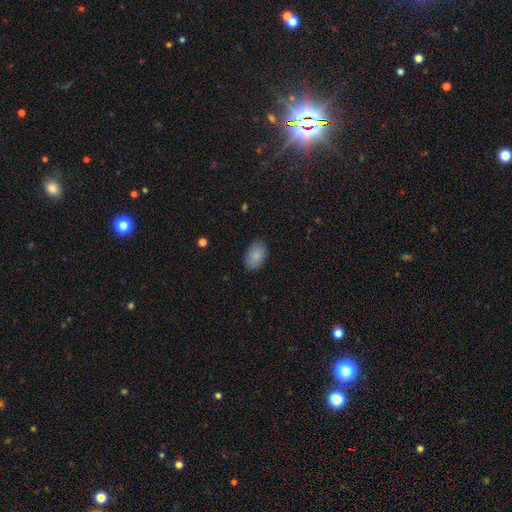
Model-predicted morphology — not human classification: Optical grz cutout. It shows a smooth galaxy with no disk features (87%) that is in between round and cigar-shaped (90%). Merging: none (85%).